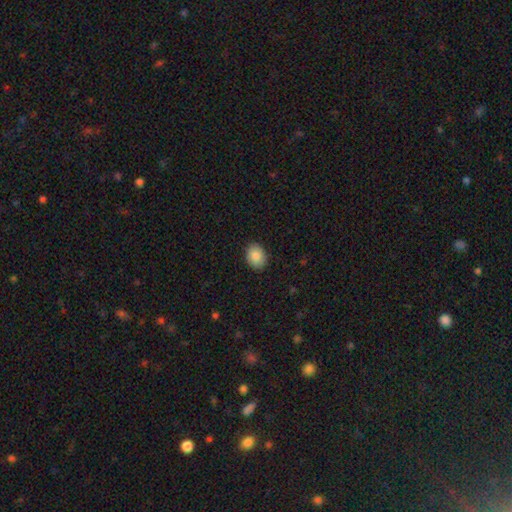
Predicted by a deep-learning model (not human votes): Smooth or featured? smooth (88%)
How rounded? in between (60%)
Merging? none (88%)